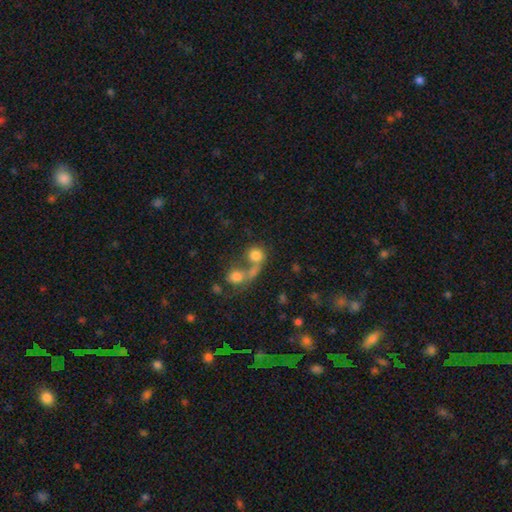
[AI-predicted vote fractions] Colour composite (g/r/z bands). It shows a smooth galaxy with no disk features (75%) that is round (80%). Merging: merger (56%).